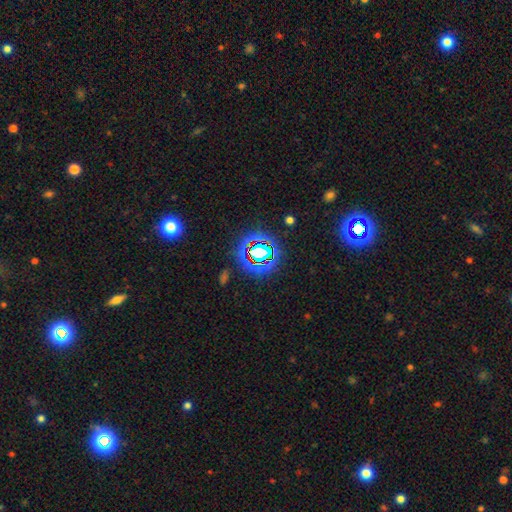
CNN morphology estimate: Overall: star or artifact (70%).